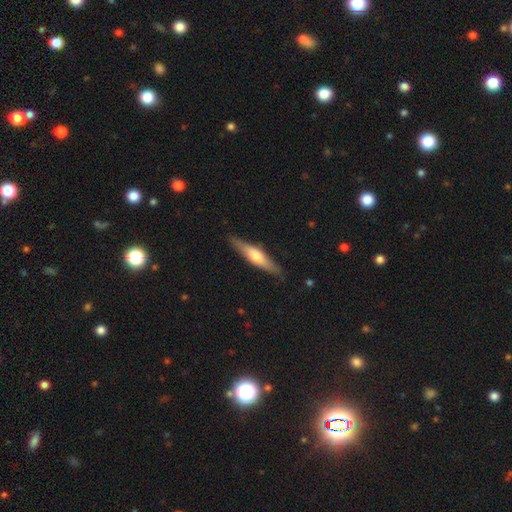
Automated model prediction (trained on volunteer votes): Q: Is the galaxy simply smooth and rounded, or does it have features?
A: featured or disk — 52%.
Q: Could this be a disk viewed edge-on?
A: yes — 93%.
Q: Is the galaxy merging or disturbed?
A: none — 87%.